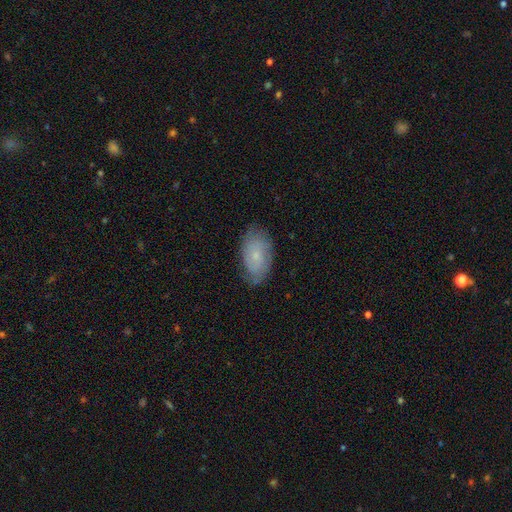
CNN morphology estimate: type=featured or disk (47%); merging=none (74%).